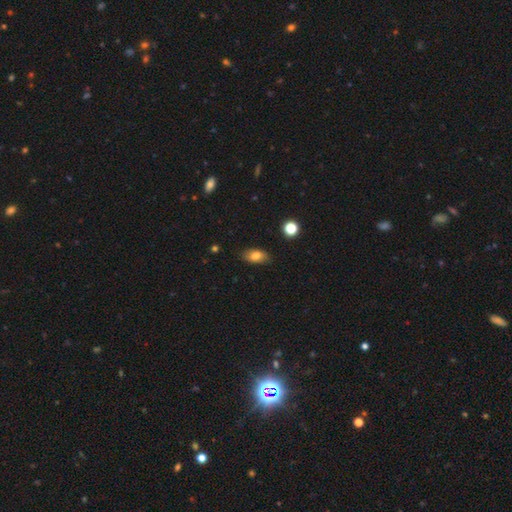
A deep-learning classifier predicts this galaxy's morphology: smooth-or-featured: smooth: 80% | featured or disk: 11% | star or artifact: 9%
  how-rounded: in between: 89% | round: 8% | cigar-shaped: 4%
  merging: none: 84% | minor disturbance: 13% | major disturbance: 2% | merger: 1%